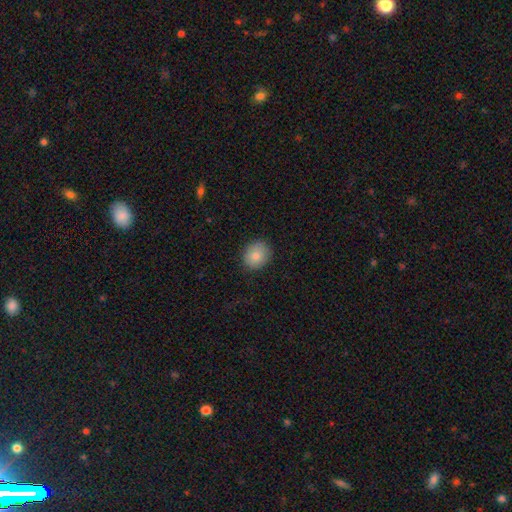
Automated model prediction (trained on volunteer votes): Smooth or featured: smooth — 83% (featured or disk — 9%)
How rounded: round — 63% (in between — 36%)
Merging: none — 86% (minor disturbance — 11%)